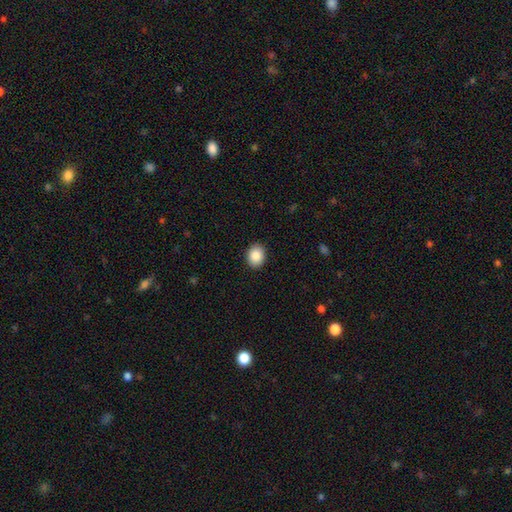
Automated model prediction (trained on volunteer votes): Smooth or featured? Predicted: smooth (p=0.87). How rounded? Predicted: round (p=0.53). Merging? Predicted: none (p=0.91).